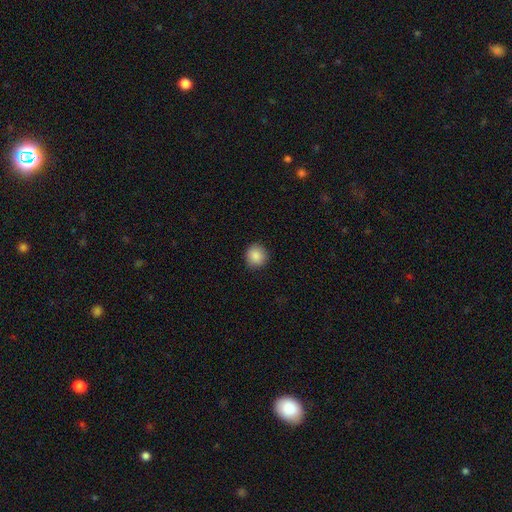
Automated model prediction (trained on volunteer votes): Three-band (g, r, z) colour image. It shows a smooth galaxy with no disk features (88%) that is round (92%). Merging: none (91%).